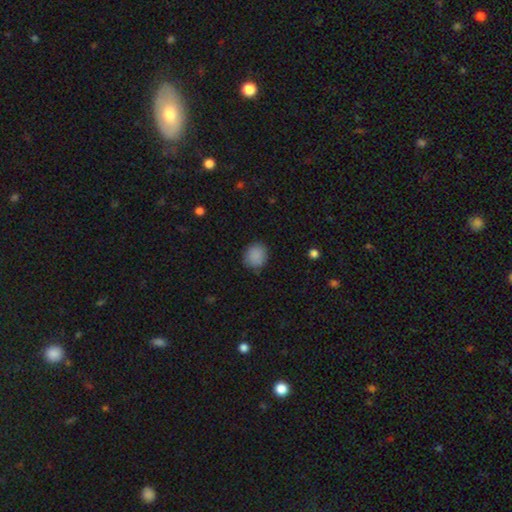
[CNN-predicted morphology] A smooth galaxy with no disk features (87%) that is round (79%).

Vote fractions:
- Smooth or featured? smooth: 87% / star or artifact: 8% / featured or disk: 4%
- How rounded? round: 79% / in between: 20% / cigar-shaped: 1%
- Merging? none: 83% / minor disturbance: 13% / major disturbance: 3% / merger: 1%